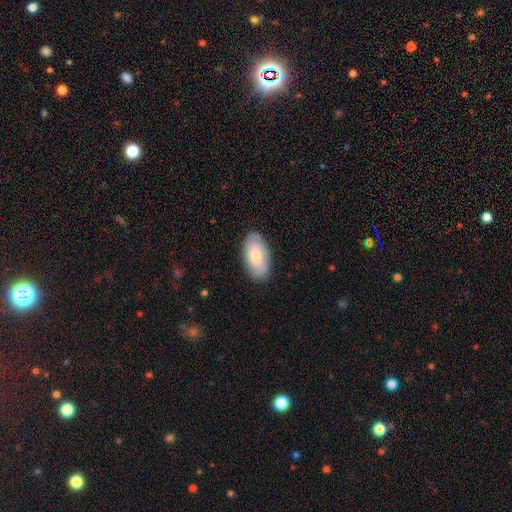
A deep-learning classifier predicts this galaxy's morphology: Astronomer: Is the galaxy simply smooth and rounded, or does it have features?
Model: smooth — 67%.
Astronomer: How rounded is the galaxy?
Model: in between — 94%.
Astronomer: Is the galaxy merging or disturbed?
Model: none — 81%.